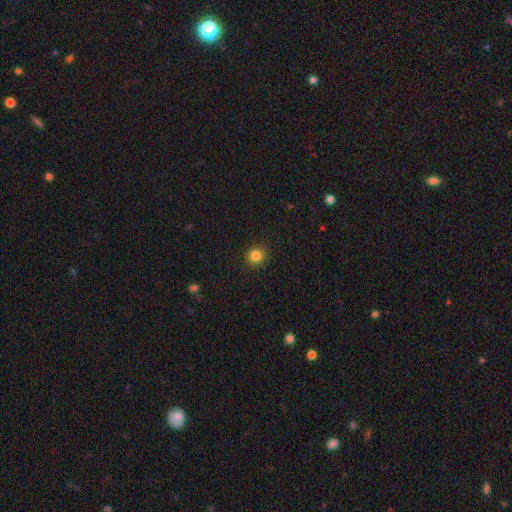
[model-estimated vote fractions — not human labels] smooth_or_featured: smooth (p=0.84) [alt: star or artifact p=0.12]
how_rounded: round (p=0.93) [alt: in between p=0.06]
merging: none (p=0.92) [alt: minor disturbance p=0.05]